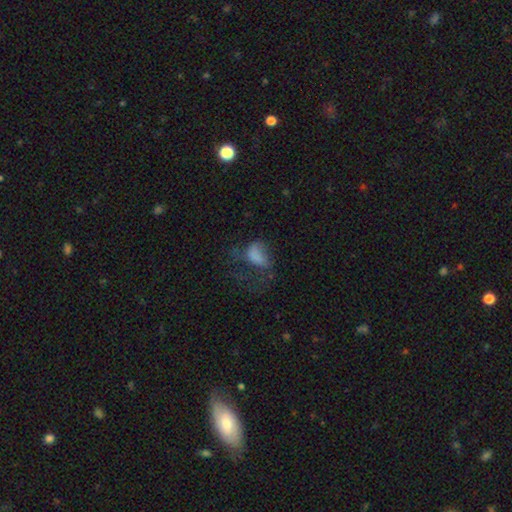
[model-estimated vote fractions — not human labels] smooth 61%, featured or disk 23%, star or artifact 16%. Down the decision tree: how rounded — in between (84%); merging — major disturbance (55%).